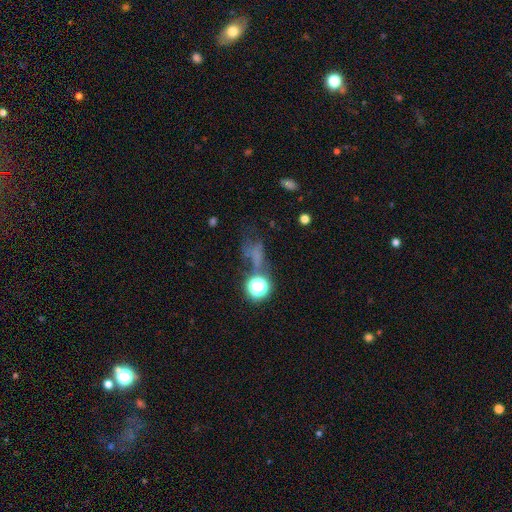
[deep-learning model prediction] Smooth or featured: smooth — 41% (star or artifact — 39%)
Merging: none — 41% (major disturbance — 29%)